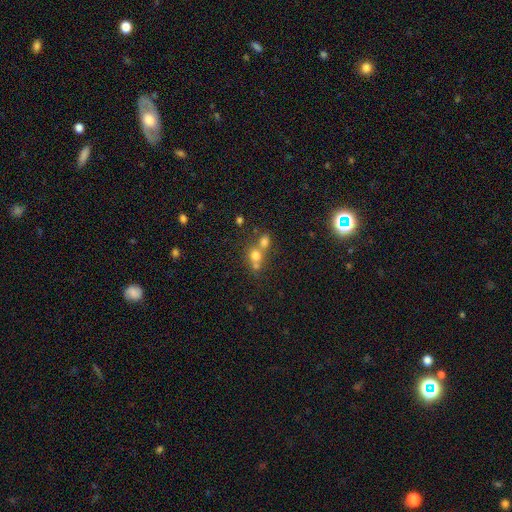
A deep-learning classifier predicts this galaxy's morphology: A smooth galaxy with no disk features (66%) that is round (75%). Merging: merger (59%).